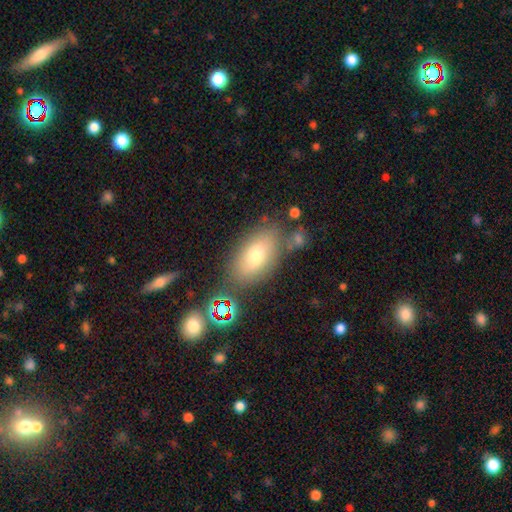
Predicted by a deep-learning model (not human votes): smooth-or-featured: smooth: 68% | featured or disk: 19% | star or artifact: 13%
  how-rounded: in between: 89% | round: 8% | cigar-shaped: 3%
  merging: none: 72% | minor disturbance: 15% | merger: 8% | major disturbance: 5%